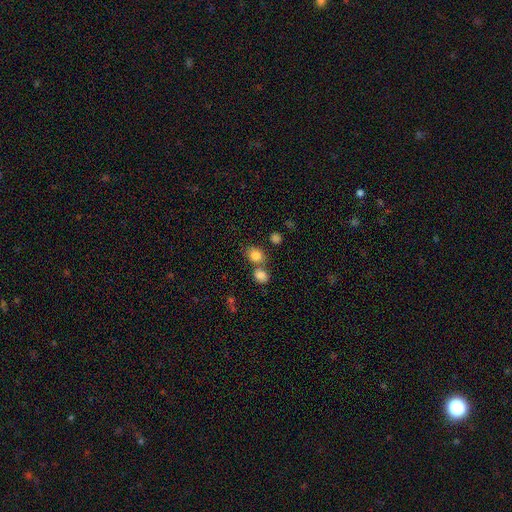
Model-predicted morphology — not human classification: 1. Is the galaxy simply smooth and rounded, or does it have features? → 83% smooth, 11% star or artifact, 7% featured or disk.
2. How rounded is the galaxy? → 60% round, 39% in between, 1% cigar-shaped.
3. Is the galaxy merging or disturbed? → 57% none, 31% merger, 9% minor disturbance, 3% major disturbance.